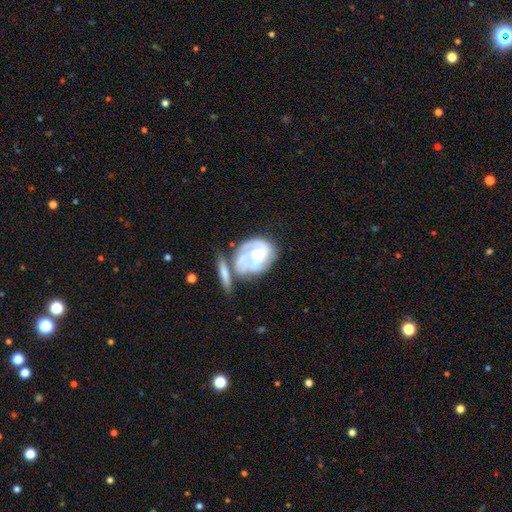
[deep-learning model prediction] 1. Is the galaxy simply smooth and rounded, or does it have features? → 67% featured or disk, 27% smooth, 6% star or artifact.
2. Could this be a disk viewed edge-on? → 97% no, 3% yes.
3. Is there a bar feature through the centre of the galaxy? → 69% no, 25% weak, 7% strong.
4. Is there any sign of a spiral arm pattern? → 81% yes, 19% no.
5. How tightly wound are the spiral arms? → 55% tight, 31% medium, 13% loose.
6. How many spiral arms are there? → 32% 2 (tied), 32% can't tell (tied), 19% 1, 12% 3, 3% 4, 2% more than 4.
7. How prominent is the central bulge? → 35% small, 26% none, 26% moderate, 10% large, 3% dominant.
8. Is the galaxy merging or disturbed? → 33% merger, 30% none, 20% minor disturbance, 18% major disturbance.